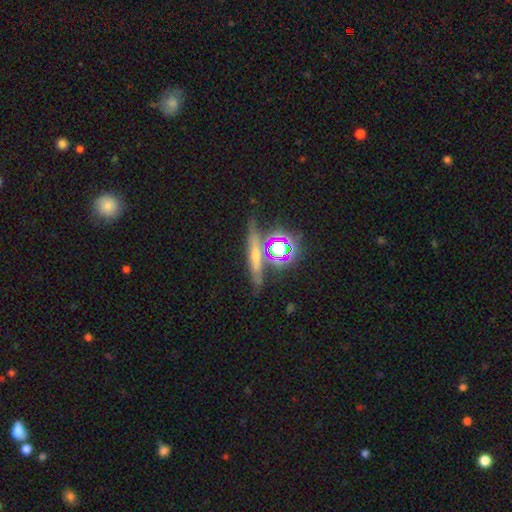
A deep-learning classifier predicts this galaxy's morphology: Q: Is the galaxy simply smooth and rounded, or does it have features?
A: featured or disk — 36%.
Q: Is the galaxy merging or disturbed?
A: none — 73%.